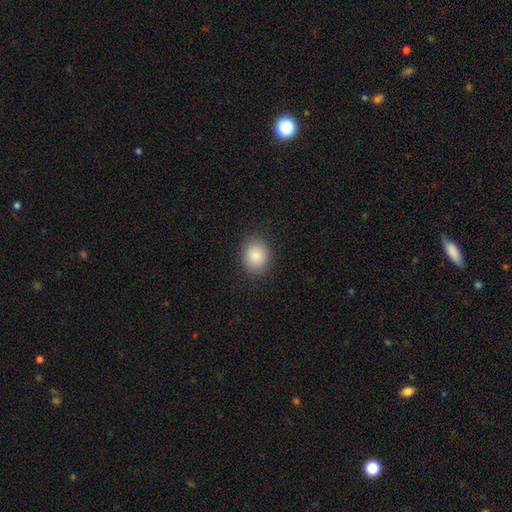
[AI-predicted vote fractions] A smooth galaxy with no disk features (86%) that is round (62%).

Vote fractions:
- Smooth or featured? smooth: 86% / star or artifact: 8% / featured or disk: 6%
- How rounded? round: 62% / in between: 37% / cigar-shaped: 1%
- Merging? none: 88% / minor disturbance: 9% / major disturbance: 3% / merger: 1%